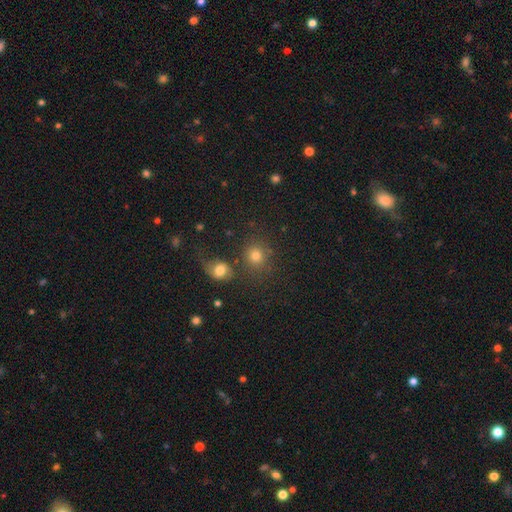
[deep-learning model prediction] Smooth or featured? Predicted: smooth (p=0.75). How rounded? Predicted: round (p=0.80). Merging? Predicted: none (p=0.67).